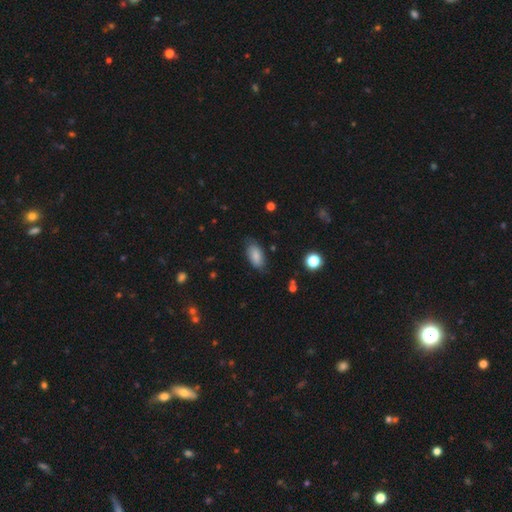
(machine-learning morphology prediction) The model was most divided on "merging": none: 74%, minor disturbance: 20%, major disturbance: 5%, merger: 2%. More confident: how rounded — in between (92%); smooth or featured — smooth (80%).